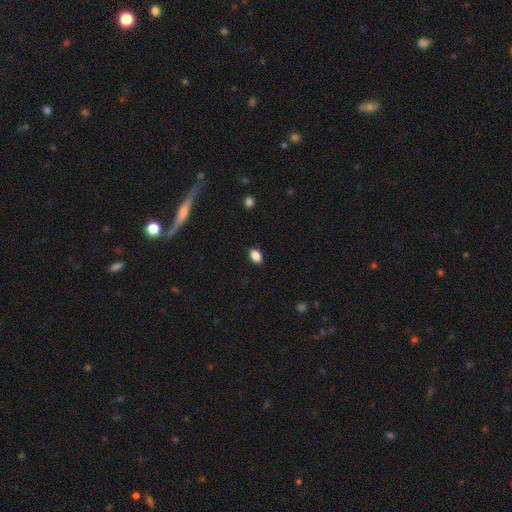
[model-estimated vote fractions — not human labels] The model was most divided on "how rounded": in between: 86%, round: 11%, cigar-shaped: 2%. More confident: merging — none (88%); smooth or featured — smooth (87%).